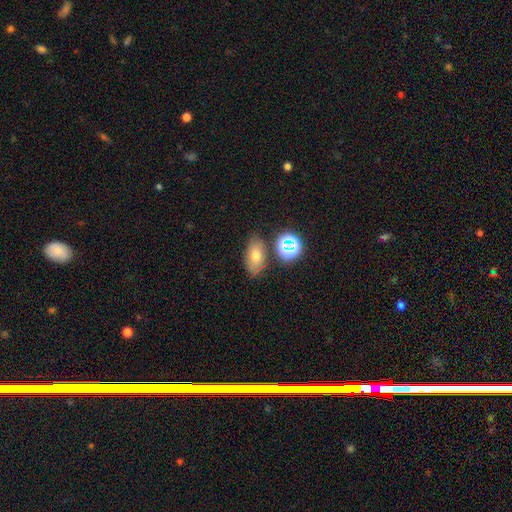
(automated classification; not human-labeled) A smooth galaxy with no disk features (64%) that is in between round and cigar-shaped (83%). Merging: none (72%).